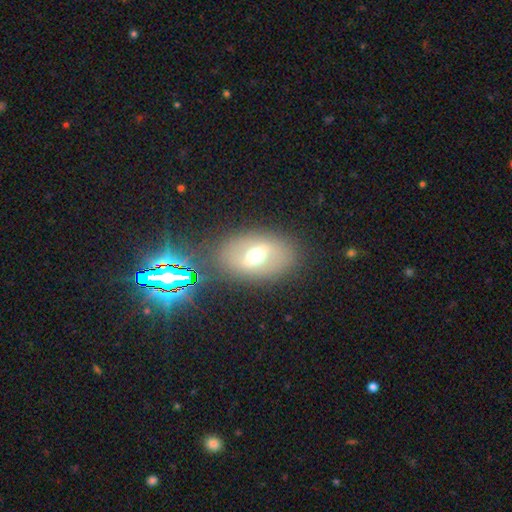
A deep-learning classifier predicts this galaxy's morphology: This appears to be a smooth galaxy with no disk features (43%, tied with featured or disk). Merging: none (79%).